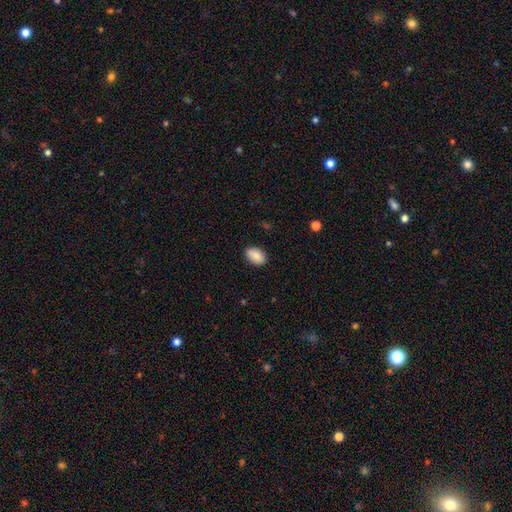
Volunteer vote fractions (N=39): smooth 85%, featured or disk 13%, star or artifact 3%. Down the decision tree: how rounded — in between (94%); merging — none (89%).